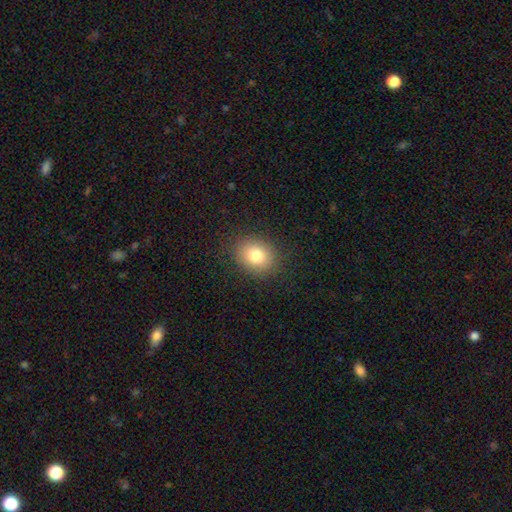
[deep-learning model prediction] This appears to be a smooth galaxy with no disk features (79%) that is round (62%). Merging: none (87%).